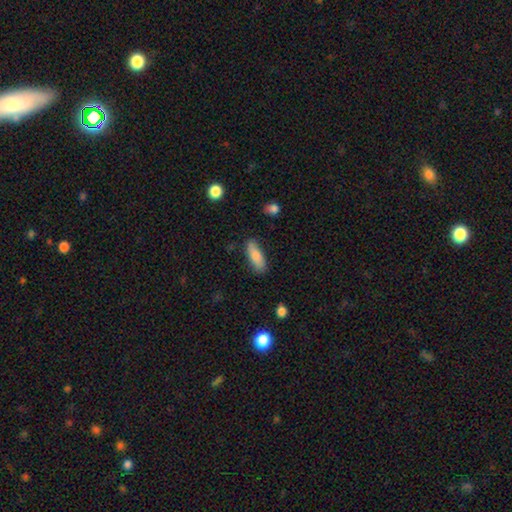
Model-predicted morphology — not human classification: This appears to be a smooth galaxy with no disk features (81%) that is in between round and cigar-shaped (61%). Merging: none (81%).